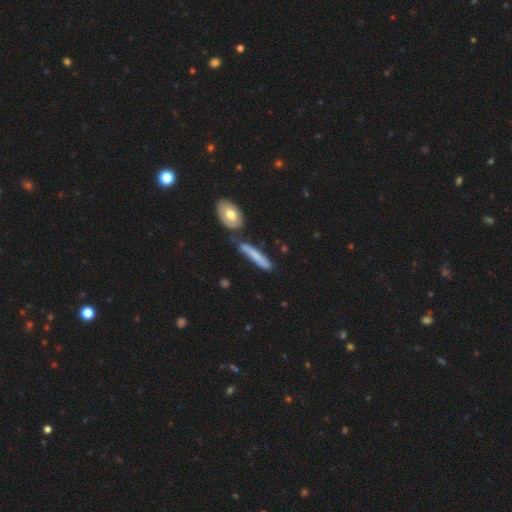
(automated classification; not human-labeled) Morphology: type=smooth (66%); roundness=cigar-shaped (82%); merging=none (59%).